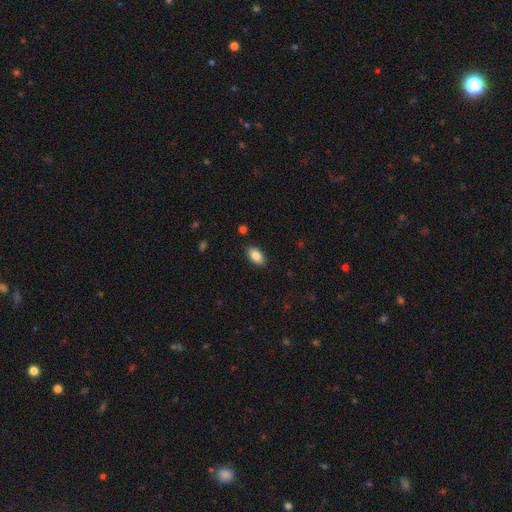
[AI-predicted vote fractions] Overall: smooth (86%). How rounded: in between (93%). Merging: none (88%).